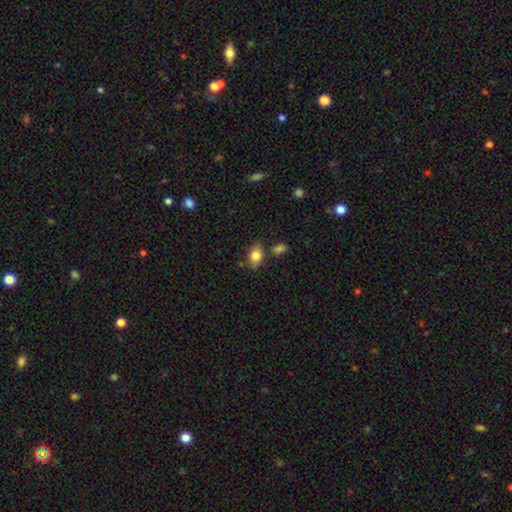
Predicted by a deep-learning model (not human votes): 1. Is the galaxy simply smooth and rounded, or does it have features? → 81% smooth, 10% featured or disk, 8% star or artifact.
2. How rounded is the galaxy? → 85% in between, 13% round, 2% cigar-shaped.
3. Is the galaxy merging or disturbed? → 74% none, 14% minor disturbance, 8% merger, 3% major disturbance.